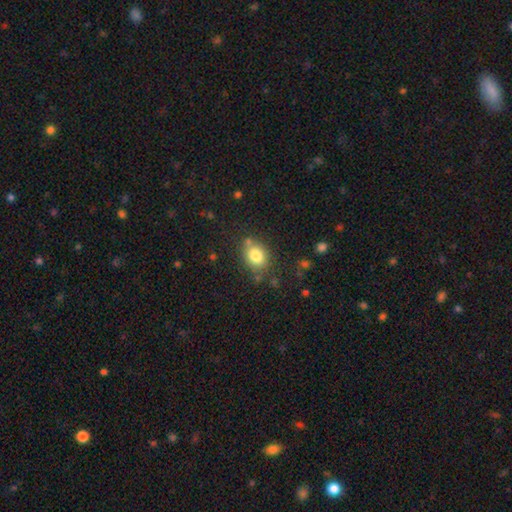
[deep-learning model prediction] A smooth galaxy with no disk features (80%) that is in between round and cigar-shaped (53%).

Vote fractions:
- Smooth or featured? smooth: 80% / star or artifact: 10% / featured or disk: 10%
- How rounded? in between: 53% / round: 46% / cigar-shaped: 1%
- Merging? none: 73% / minor disturbance: 16% / merger: 7% / major disturbance: 5%